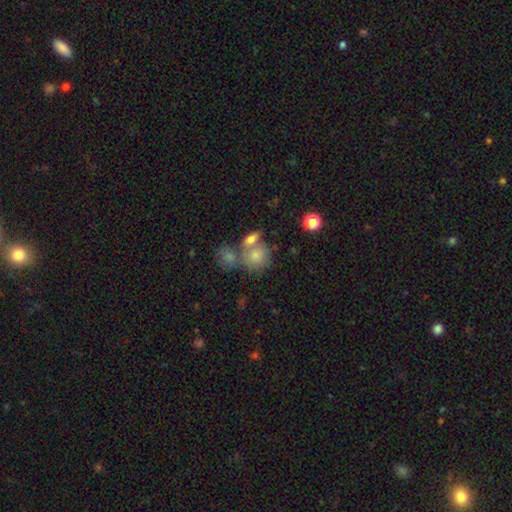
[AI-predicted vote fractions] Morphology: type=smooth (73%); roundness=round (68%); merging=merger (44%).